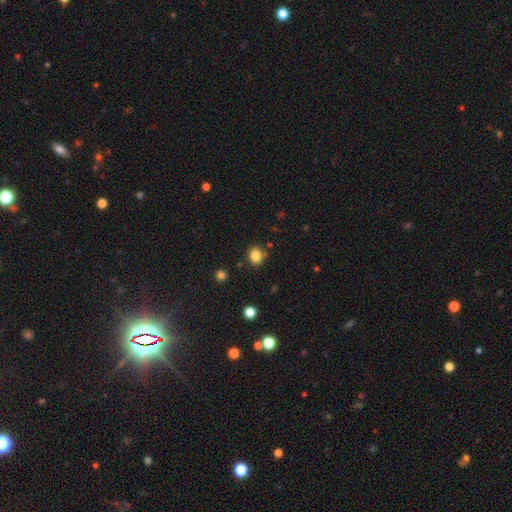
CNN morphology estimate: Smooth or featured: smooth — 84% (star or artifact — 11%)
How rounded: round — 67% (in between — 32%)
Merging: none — 82% (minor disturbance — 11%)